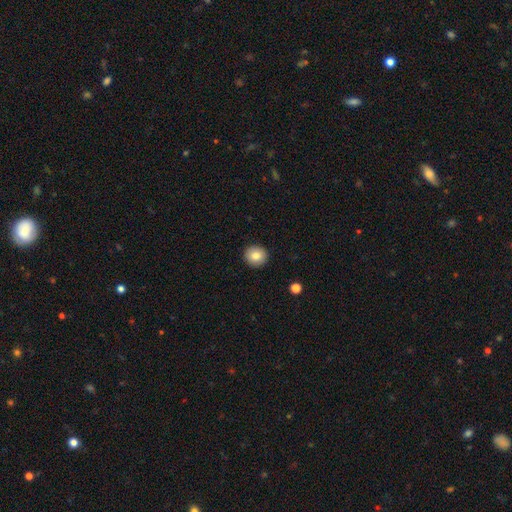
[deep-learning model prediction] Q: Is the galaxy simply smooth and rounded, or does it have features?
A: smooth — 83%.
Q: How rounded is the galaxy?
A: round — 90%.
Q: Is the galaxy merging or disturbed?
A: none — 92%.